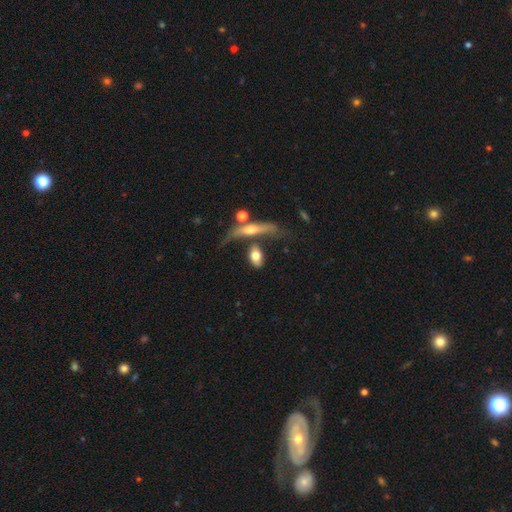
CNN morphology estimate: smooth 69%, featured or disk 24%, star or artifact 7%. Down the decision tree: how rounded — in between (79%); merging — none (43%).